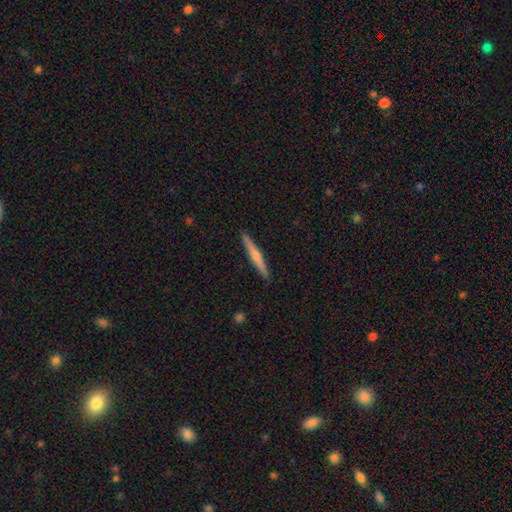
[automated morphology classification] Overall: featured or disk (63%; smooth 31%). Edge-on disk: yes (98%). Edge-on bulge: rounded (77%). Merging: none (92%).